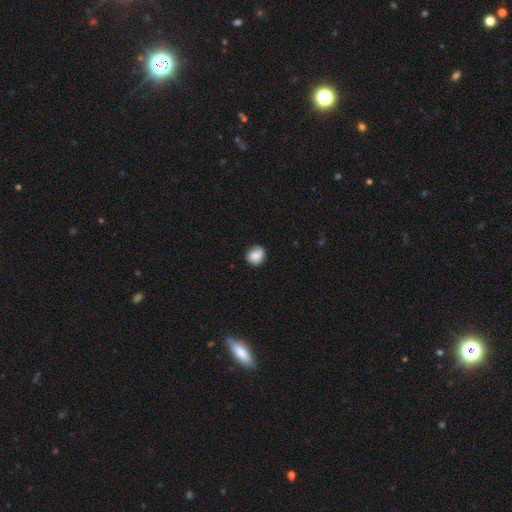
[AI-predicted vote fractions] Overall: smooth (77%). How rounded: round (74%). Merging: none (77%).